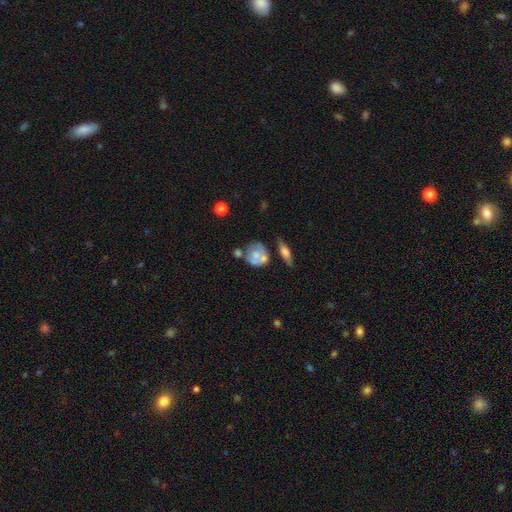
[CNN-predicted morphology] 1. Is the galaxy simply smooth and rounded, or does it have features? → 55% smooth, 38% featured or disk, 7% star or artifact.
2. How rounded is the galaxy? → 70% round, 28% in between, 2% cigar-shaped.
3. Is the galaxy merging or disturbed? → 40% none, 24% merger, 23% minor disturbance, 13% major disturbance.